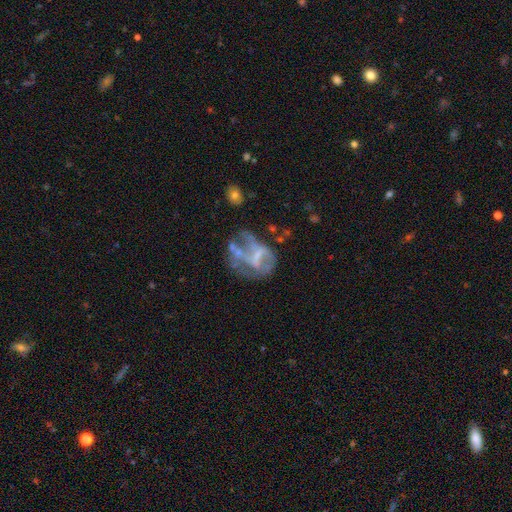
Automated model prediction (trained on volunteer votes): Smooth or featured? featured or disk (64%)
Edge-on disk? no (98%)
Bar? no (58%)
Spiral arms? no (77%)
Bulge size? none (53%)
Merging? major disturbance (40%)